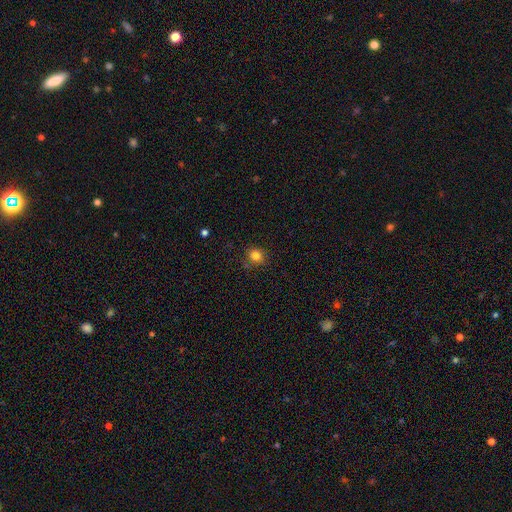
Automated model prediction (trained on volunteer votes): Smooth or featured? Predicted: smooth (p=0.82). How rounded? Predicted: round (p=0.76). Merging? Predicted: none (p=0.83).